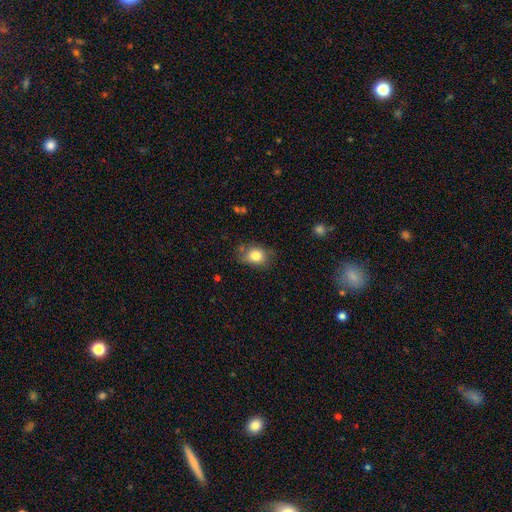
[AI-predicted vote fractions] Q: Smooth or featured?
A: smooth (81%); runner-up: featured or disk (10%)
Q: How rounded?
A: in between (57%); runner-up: round (42%)
Q: Merging?
A: none (68%); runner-up: minor disturbance (24%)